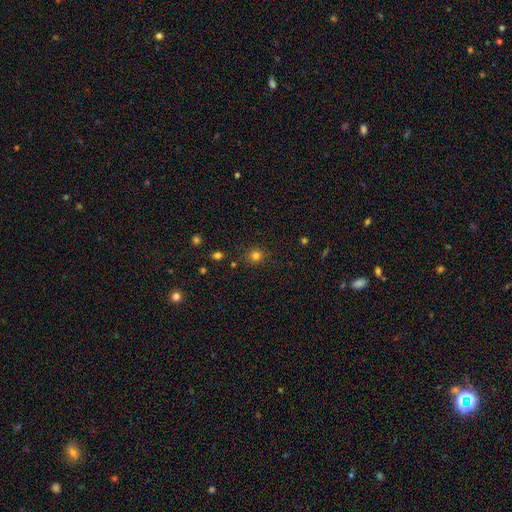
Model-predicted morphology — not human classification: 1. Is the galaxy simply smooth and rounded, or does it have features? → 79% smooth, 15% star or artifact, 5% featured or disk.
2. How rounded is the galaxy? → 90% round, 9% in between, 1% cigar-shaped.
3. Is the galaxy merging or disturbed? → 86% none, 9% minor disturbance, 3% major disturbance, 2% merger.